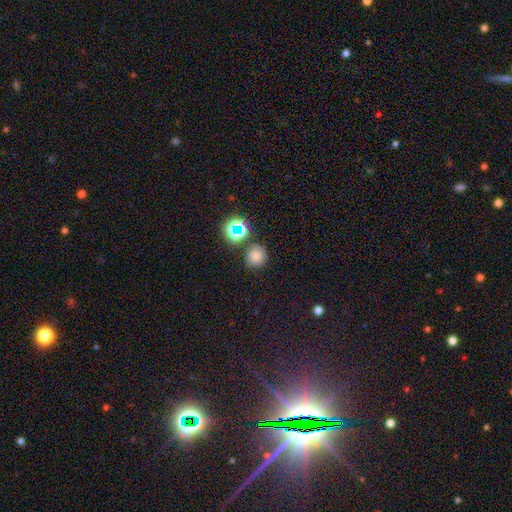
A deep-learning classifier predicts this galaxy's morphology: Q: Smooth or featured?
A: smooth (73%); runner-up: star or artifact (20%)
Q: How rounded?
A: round (89%); runner-up: in between (10%)
Q: Merging?
A: none (81%); runner-up: minor disturbance (9%)